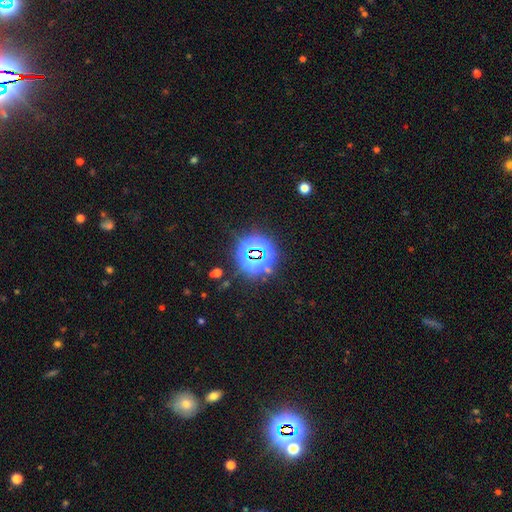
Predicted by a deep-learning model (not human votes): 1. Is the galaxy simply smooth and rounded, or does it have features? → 78% star or artifact, 14% smooth, 8% featured or disk.